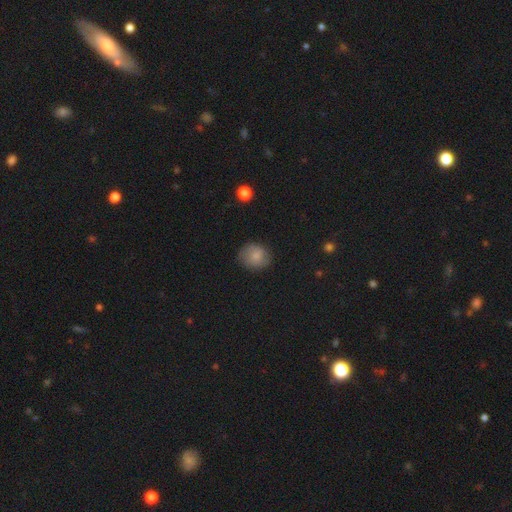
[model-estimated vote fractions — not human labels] Smooth or featured? Predicted: smooth (p=0.77). How rounded? Predicted: round (p=0.78). Merging? Predicted: none (p=0.77).